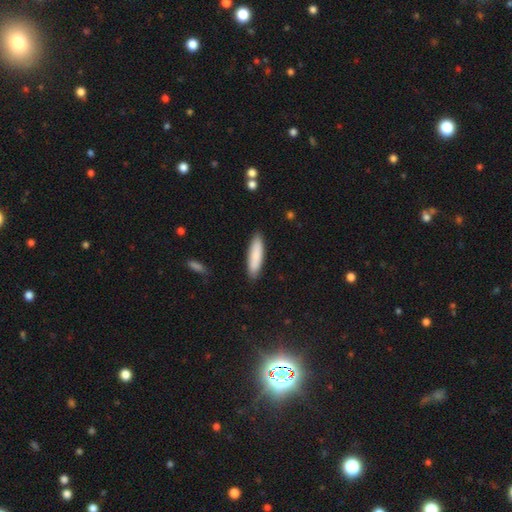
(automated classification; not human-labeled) smooth_or_featured: smooth (p=0.86) [alt: featured or disk p=0.08]
how_rounded: cigar-shaped (p=0.68) [alt: in between p=0.30]
merging: none (p=0.89) [alt: minor disturbance p=0.08]